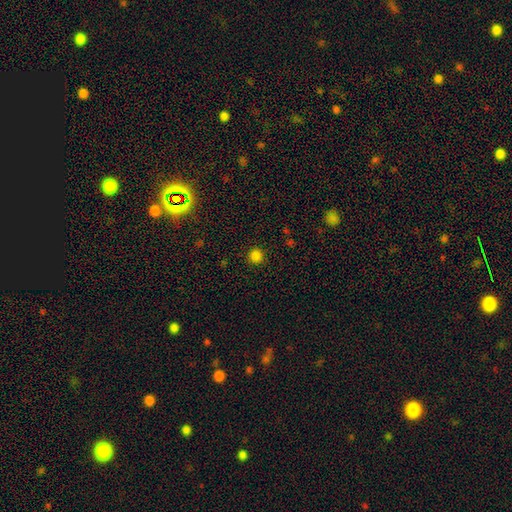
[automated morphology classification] smooth-or-featured: smooth: 82% | star or artifact: 15% | featured or disk: 3%
  how-rounded: round: 94% | in between: 5% | cigar-shaped: 1%
  merging: none: 92% | minor disturbance: 5% | major disturbance: 2% | merger: 1%